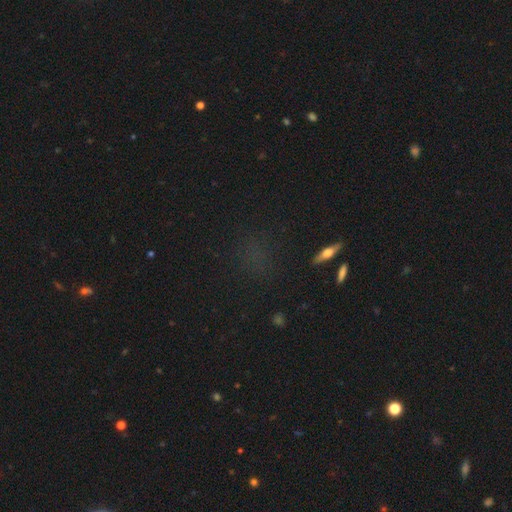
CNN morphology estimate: A star or artifact, not a galaxy (46%).

Vote fractions:
- Smooth or featured? star or artifact: 46% / smooth: 41% / featured or disk: 13%